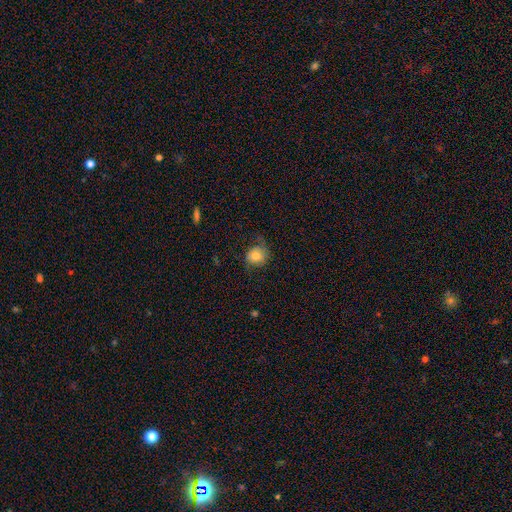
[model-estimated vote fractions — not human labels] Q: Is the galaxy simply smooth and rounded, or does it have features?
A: smooth — 62%.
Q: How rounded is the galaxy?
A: round — 68%.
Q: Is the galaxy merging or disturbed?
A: none — 56%.